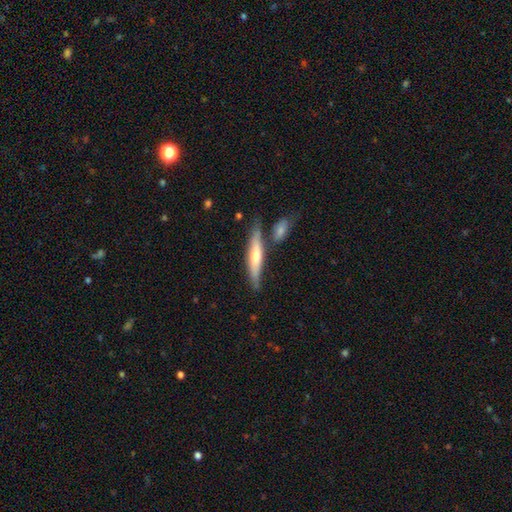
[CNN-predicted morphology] This is possibly a featured or disk galaxy (57%). It is clearly viewed edge-on (91%). Edge-on bulge: likely rounded (79%). Merging: likely none (72%).